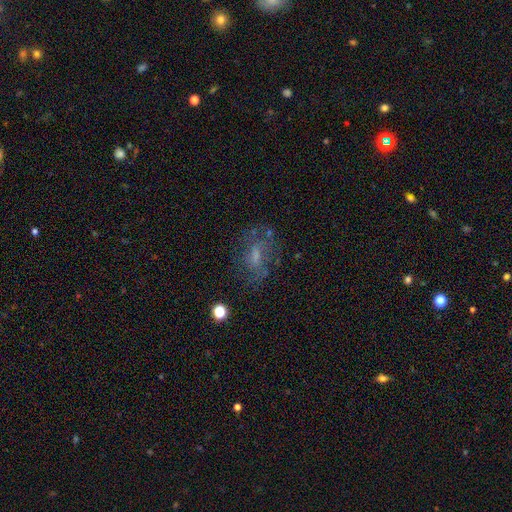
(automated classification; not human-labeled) Smooth or featured? Predicted: featured or disk (p=0.49). Merging? Predicted: none (p=0.60).